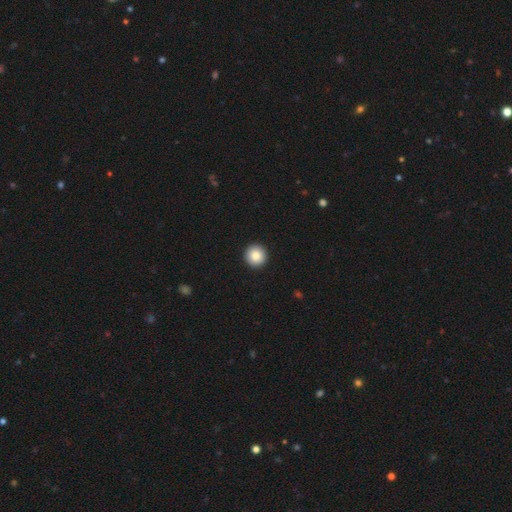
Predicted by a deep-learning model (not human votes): A smooth galaxy with no disk features (85%) that is round (96%).

Vote fractions:
- Smooth or featured? smooth: 85% / star or artifact: 8% / featured or disk: 7%
- How rounded? round: 96% / in between: 3% / cigar-shaped: 1%
- Merging? none: 94% / minor disturbance: 4% / major disturbance: 1% / merger: 1%